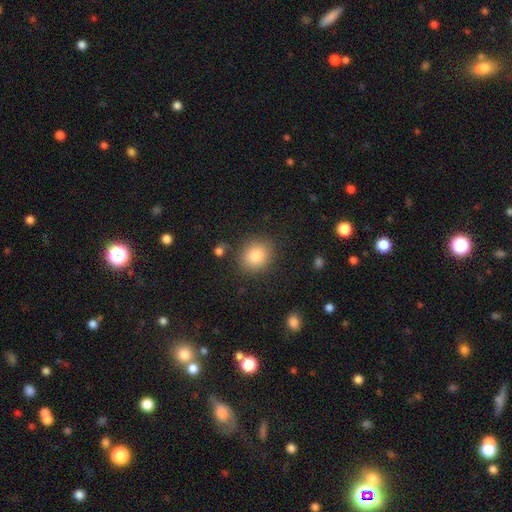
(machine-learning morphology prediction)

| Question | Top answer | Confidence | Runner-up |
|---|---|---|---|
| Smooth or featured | smooth | 84% | star or artifact (9%) |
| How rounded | round | 70% | in between (29%) |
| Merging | none | 85% | minor disturbance (10%) |